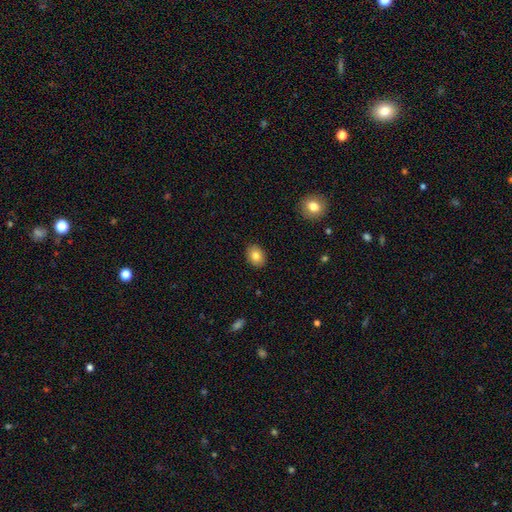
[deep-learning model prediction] Smooth or featured? smooth (82%)
How rounded? in between (65%)
Merging? none (90%)